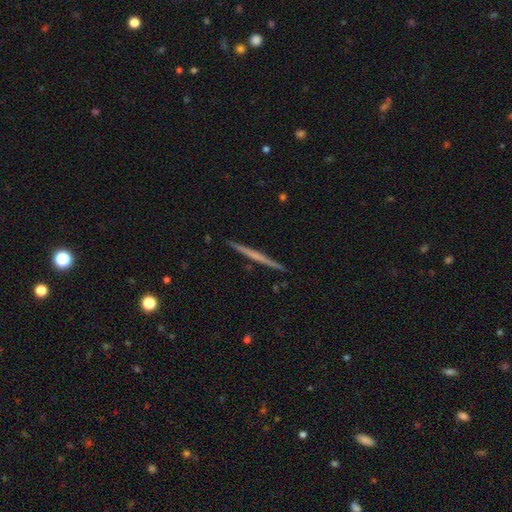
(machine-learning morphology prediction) Q: Smooth or featured?
A: featured or disk (58%); runner-up: smooth (37%)
Q: Edge-on disk?
A: yes (98%); runner-up: no (2%)
Q: Edge-on bulge?
A: none (85%); runner-up: rounded (11%)
Q: Merging?
A: none (93%); runner-up: minor disturbance (5%)